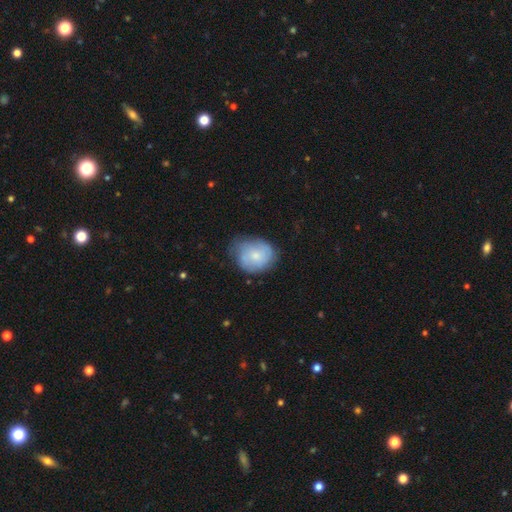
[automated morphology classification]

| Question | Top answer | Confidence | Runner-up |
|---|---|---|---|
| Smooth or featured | smooth | 66% | featured or disk (27%) |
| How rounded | round | 55% | in between (44%) |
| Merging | none | 54% | minor disturbance (34%) |